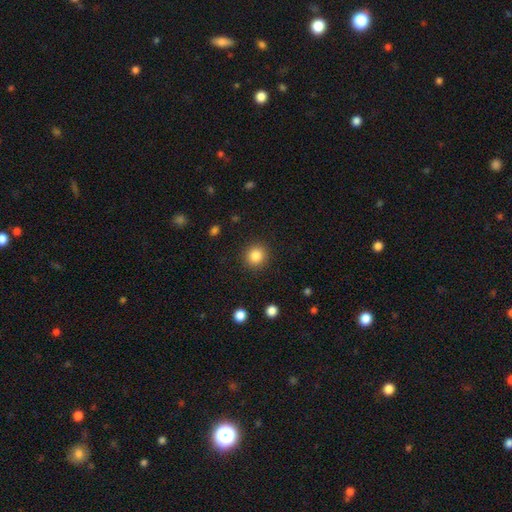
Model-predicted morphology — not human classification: type=smooth (85%); roundness=round (92%); merging=none (90%).